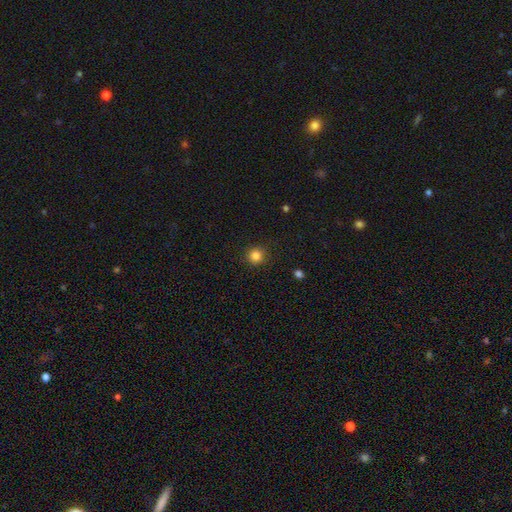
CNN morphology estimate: Smooth or featured? Predicted: smooth (p=0.84). How rounded? Predicted: round (p=0.93). Merging? Predicted: none (p=0.91).